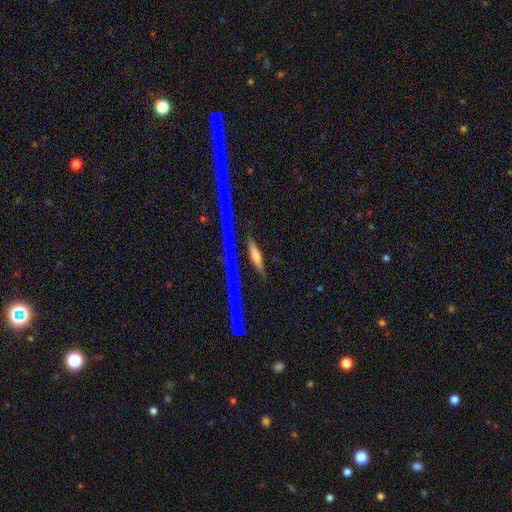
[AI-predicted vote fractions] Smooth or featured: featured or disk — 41% (smooth — 36%)
Merging: none — 79% (minor disturbance — 12%)